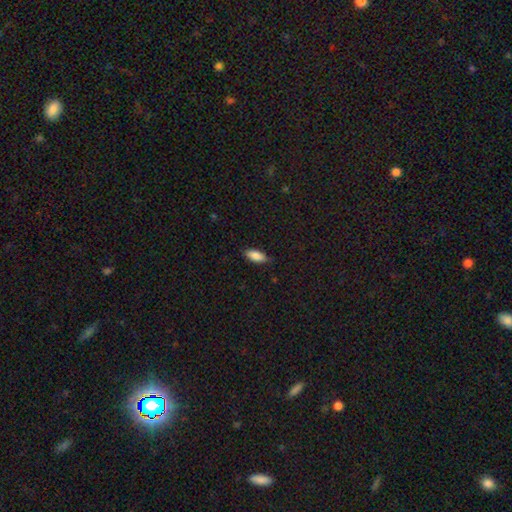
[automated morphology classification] smooth_or_featured: smooth (p=0.85) [alt: featured or disk p=0.08]
how_rounded: in between (p=0.83) [alt: cigar-shaped p=0.15]
merging: none (p=0.81) [alt: minor disturbance p=0.16]